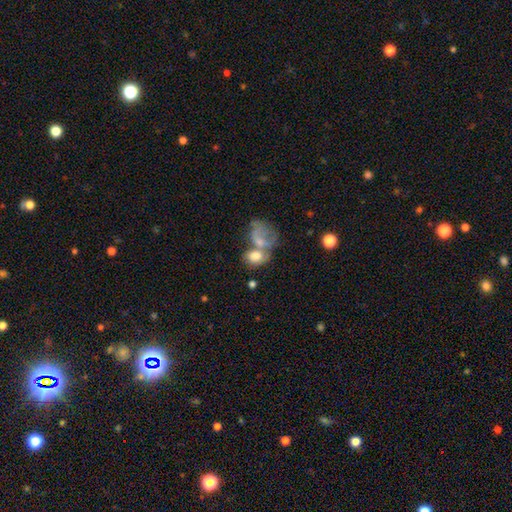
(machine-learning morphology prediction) This appears to be a smooth galaxy with no disk features (67%) that is in between round and cigar-shaped (69%). Merging: merger (59%).